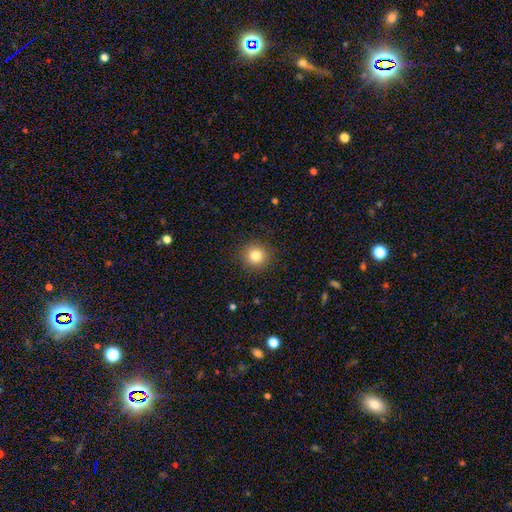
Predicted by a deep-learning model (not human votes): Q: Smooth or featured?
A: smooth (82%); runner-up: star or artifact (12%)
Q: How rounded?
A: round (94%); runner-up: in between (5%)
Q: Merging?
A: none (91%); runner-up: minor disturbance (6%)